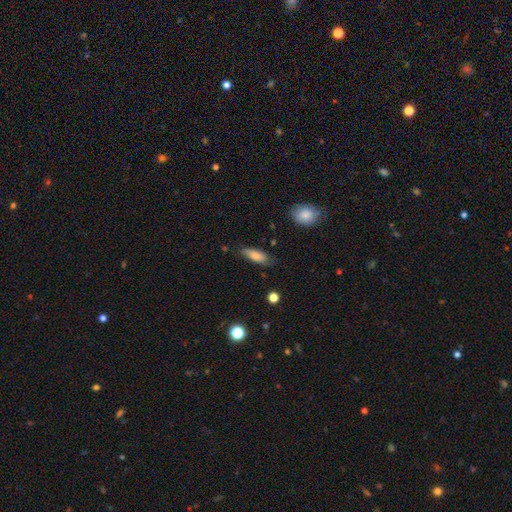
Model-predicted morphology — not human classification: smooth_or_featured: smooth (p=0.76) [alt: featured or disk p=0.17]
how_rounded: in between (p=0.63) [alt: cigar-shaped p=0.34]
merging: none (p=0.64) [alt: minor disturbance p=0.28]